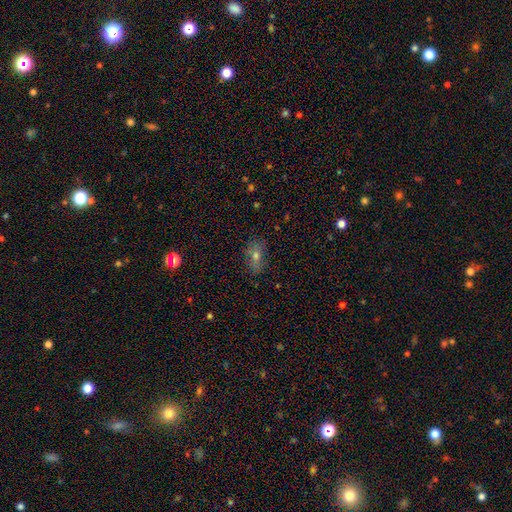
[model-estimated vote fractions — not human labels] Morphology: type=smooth (55%); roundness=in between (75%); merging=none (77%).